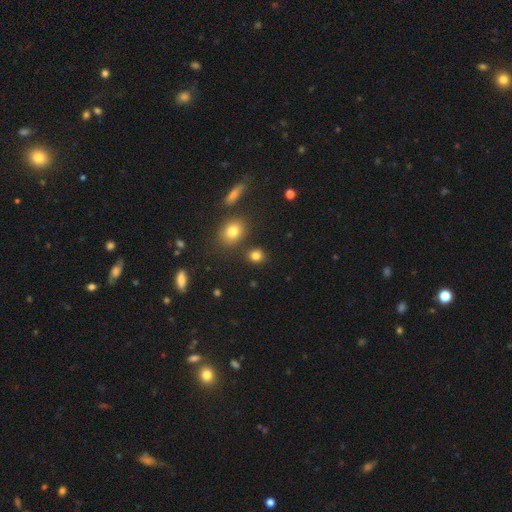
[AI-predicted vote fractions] Smooth or featured: smooth — 82% (star or artifact — 12%)
How rounded: round — 69% (in between — 29%)
Merging: none — 82% (minor disturbance — 8%)